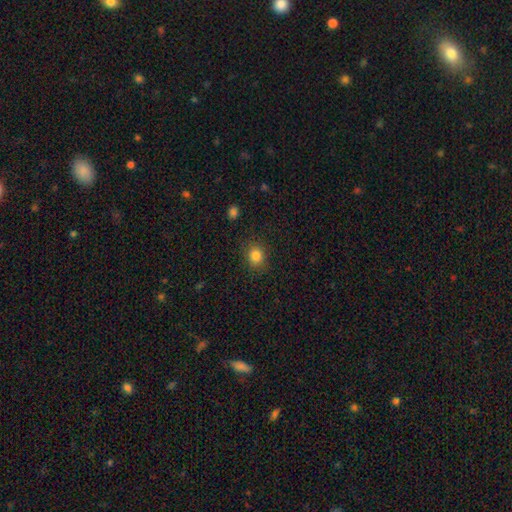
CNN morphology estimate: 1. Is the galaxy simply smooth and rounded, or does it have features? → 84% smooth, 11% star or artifact, 5% featured or disk.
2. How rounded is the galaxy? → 78% round, 21% in between, 1% cigar-shaped.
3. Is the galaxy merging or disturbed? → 88% none, 8% minor disturbance, 3% major disturbance, 1% merger.